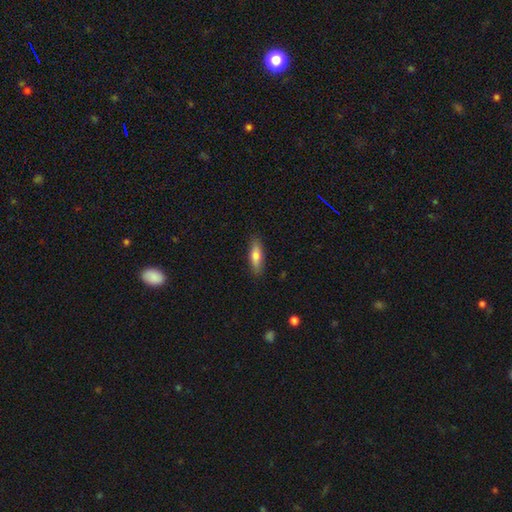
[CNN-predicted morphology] smooth 74%, featured or disk 20%, star or artifact 6%. Down the decision tree: how rounded — cigar-shaped (50%); merging — none (86%).